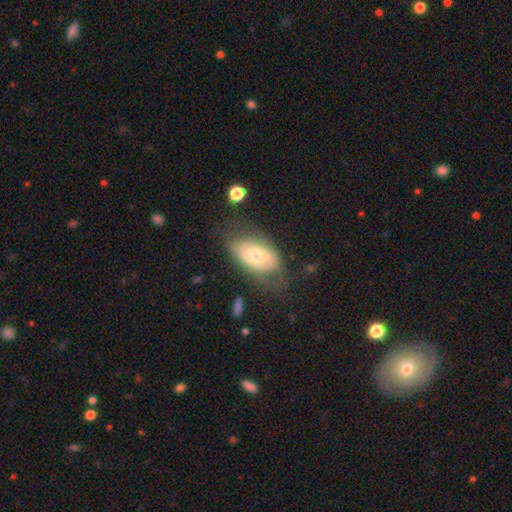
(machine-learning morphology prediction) This appears to be a smooth galaxy with no disk features (49%). Merging: none (54%).